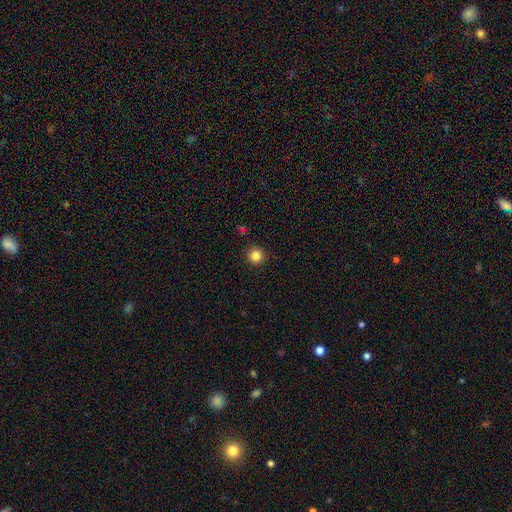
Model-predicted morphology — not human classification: smooth_or_featured: smooth (p=0.84) [alt: star or artifact p=0.12]
how_rounded: round (p=0.95) [alt: in between p=0.04]
merging: none (p=0.92) [alt: minor disturbance p=0.05]